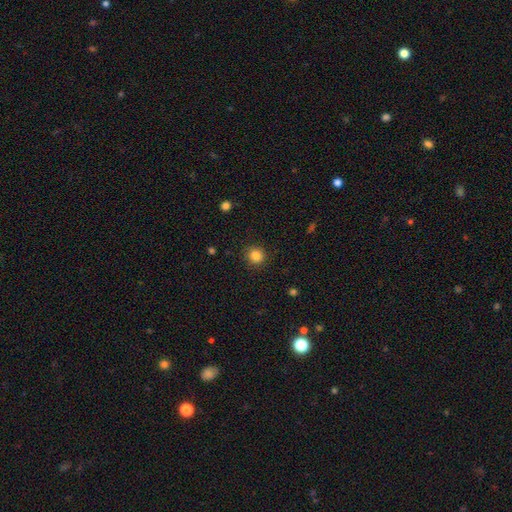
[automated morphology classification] This is clearly a smooth galaxy (85%). How rounded: clearly round (92%). Merging: clearly none (91%).